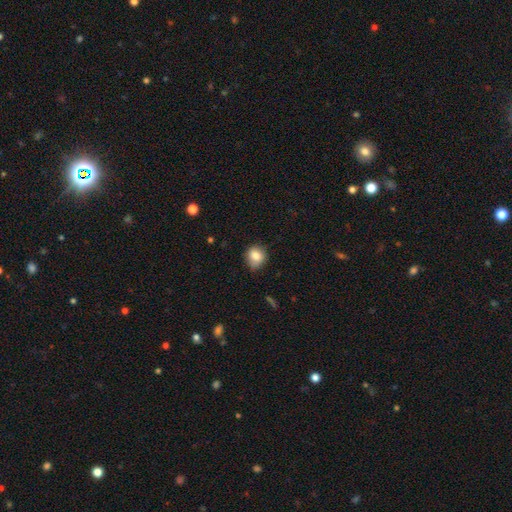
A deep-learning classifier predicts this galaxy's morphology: Overall: smooth (81%). How rounded: round (74%). Merging: none (73%).